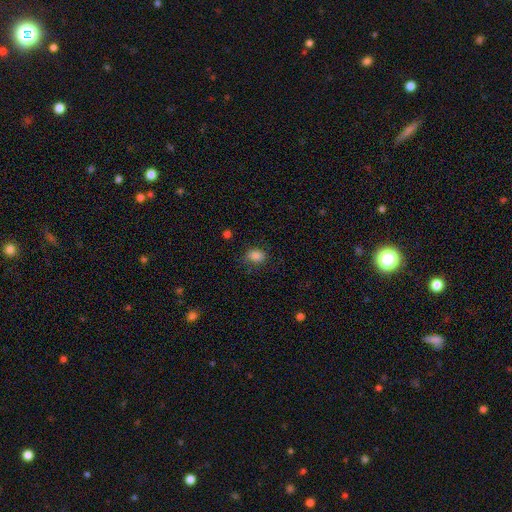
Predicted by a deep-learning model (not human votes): This appears to be a smooth galaxy with no disk features (84%) that is in between round and cigar-shaped (63%). Merging: none (75%).